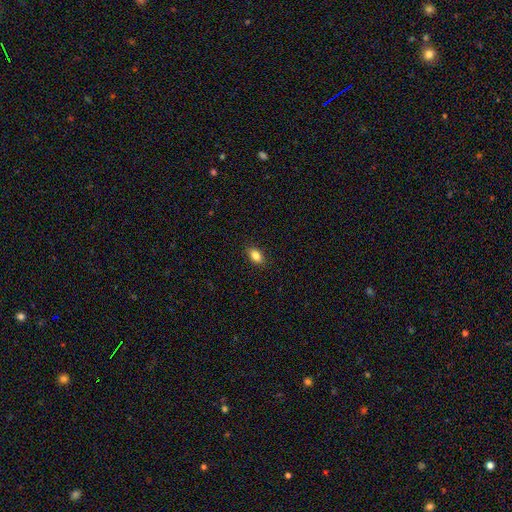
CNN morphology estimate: smooth 84%, star or artifact 9%, featured or disk 7%. Down the decision tree: how rounded — in between (87%); merging — none (89%).